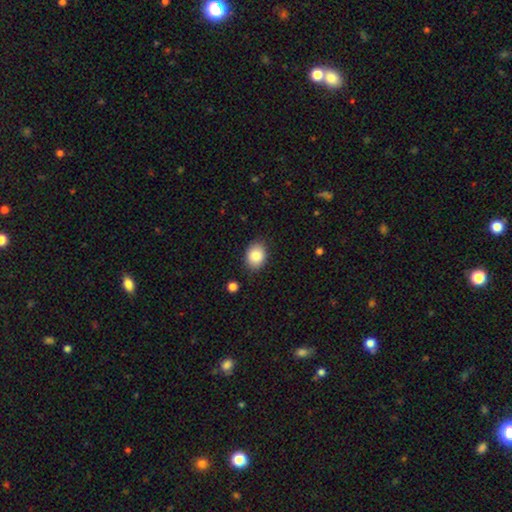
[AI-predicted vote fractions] Smooth or featured? Predicted: smooth (p=0.85). How rounded? Predicted: in between (p=0.59). Merging? Predicted: none (p=0.85).